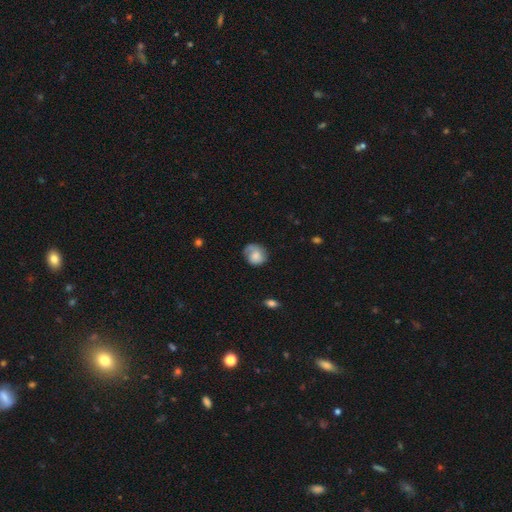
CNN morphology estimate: Overall: smooth (58%; featured or disk 35%). How rounded: round (68%; in between 31%). Merging: none (54%; minor disturbance 26%).